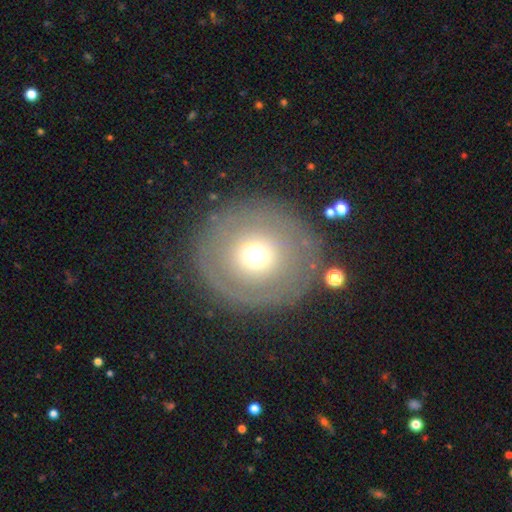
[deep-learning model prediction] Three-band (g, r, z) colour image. It shows a smooth galaxy with no disk features (52%) that is round (90%). Merging: none (81%).